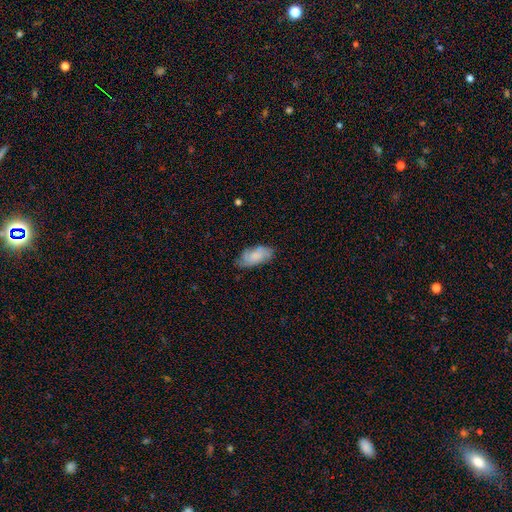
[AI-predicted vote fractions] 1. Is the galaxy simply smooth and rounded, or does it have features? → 66% smooth, 27% featured or disk, 7% star or artifact.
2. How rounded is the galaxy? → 91% in between, 7% cigar-shaped, 2% round.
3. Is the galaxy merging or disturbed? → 68% none, 25% minor disturbance, 6% major disturbance, 1% merger.